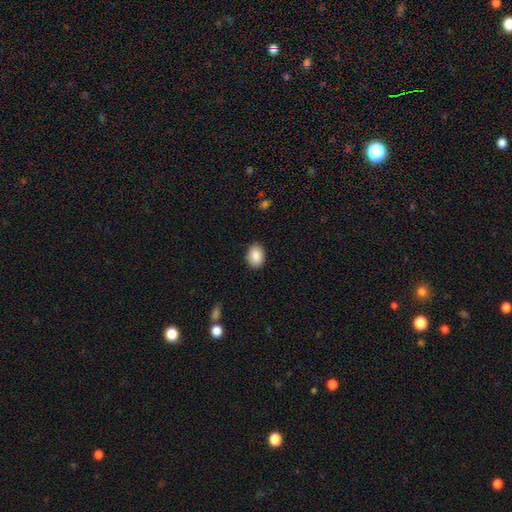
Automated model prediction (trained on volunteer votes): Smooth or featured?
  - smooth: 89% *
  - star or artifact: 7%
  - featured or disk: 4%
How rounded?
  - in between: 74% *
  - round: 25%
  - cigar-shaped: 1%
Merging?
  - none: 87% *
  - minor disturbance: 10%
  - major disturbance: 2%
  - merger: 1%